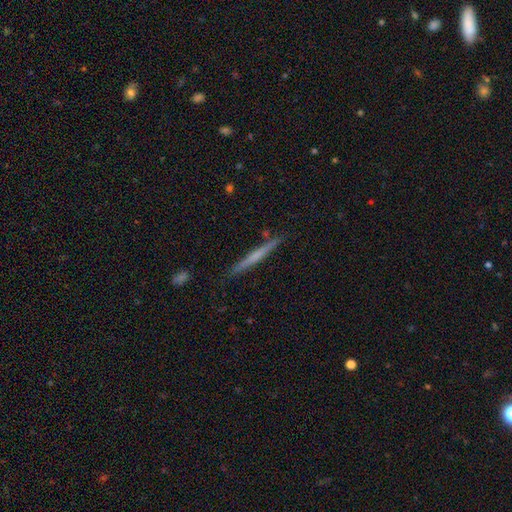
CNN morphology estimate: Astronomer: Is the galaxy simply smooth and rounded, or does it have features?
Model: featured or disk — 53% (runner-up: smooth, 41%).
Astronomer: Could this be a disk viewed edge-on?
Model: yes — 98%.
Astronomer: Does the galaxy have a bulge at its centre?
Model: none — 66%.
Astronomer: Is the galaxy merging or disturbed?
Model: none — 89%.